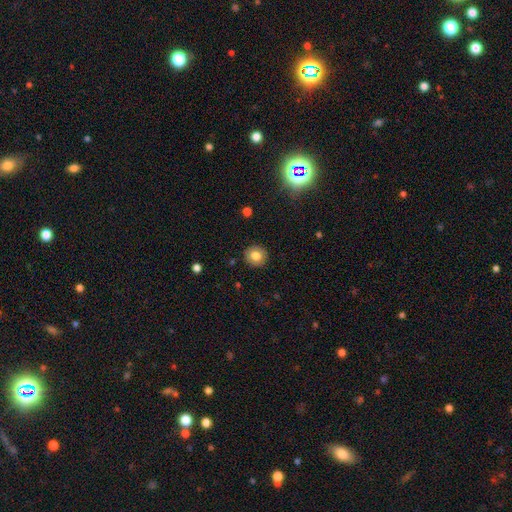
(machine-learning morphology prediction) Smooth or featured?
  - smooth: 78% *
  - featured or disk: 12%
  - star or artifact: 10%
How rounded?
  - round: 91% *
  - in between: 8%
  - cigar-shaped: 1%
Merging?
  - none: 91% *
  - minor disturbance: 6%
  - major disturbance: 2%
  - merger: 1%